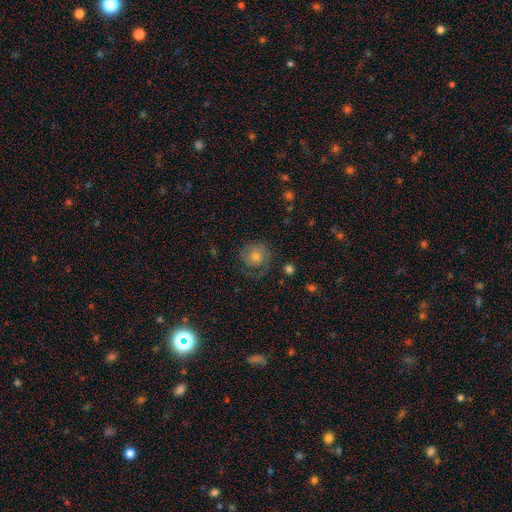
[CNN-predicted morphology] The model was most divided on "smooth or featured": smooth: 50%, featured or disk: 38%, star or artifact: 12%. More confident: merging — none (65%).